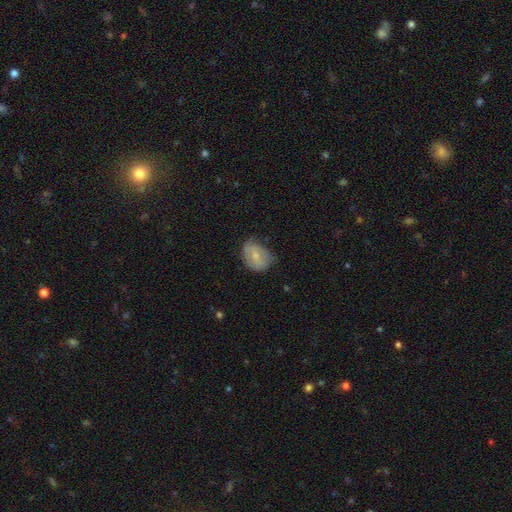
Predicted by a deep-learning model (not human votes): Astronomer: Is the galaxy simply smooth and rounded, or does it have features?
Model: smooth — 61%.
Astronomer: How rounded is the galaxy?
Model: in between — 70%.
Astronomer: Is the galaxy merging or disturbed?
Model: none — 54% (runner-up: minor disturbance, 35%).